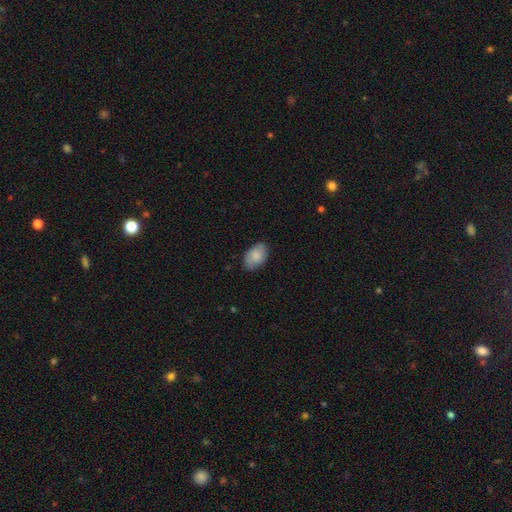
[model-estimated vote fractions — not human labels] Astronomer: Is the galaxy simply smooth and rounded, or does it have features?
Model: smooth — 81%.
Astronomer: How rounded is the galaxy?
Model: in between — 89%.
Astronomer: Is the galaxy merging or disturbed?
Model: none — 78%.